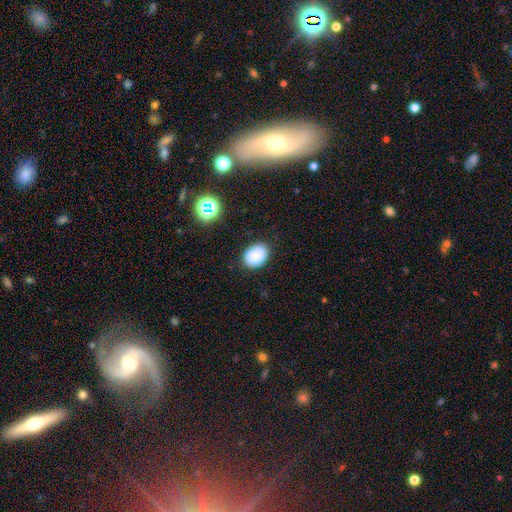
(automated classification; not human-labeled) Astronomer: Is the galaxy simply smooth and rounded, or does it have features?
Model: smooth — 86%.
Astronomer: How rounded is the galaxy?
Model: in between — 77%.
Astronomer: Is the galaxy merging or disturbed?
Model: none — 86%.